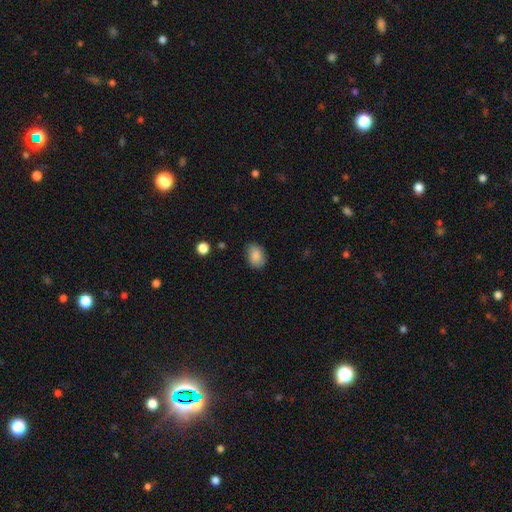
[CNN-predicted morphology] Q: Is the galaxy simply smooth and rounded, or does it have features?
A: smooth — 87%.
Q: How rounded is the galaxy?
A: in between — 77%.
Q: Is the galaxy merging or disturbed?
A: none — 75%.